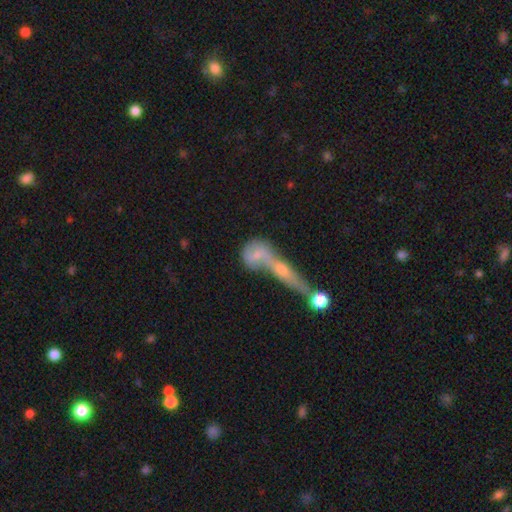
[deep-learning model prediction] smooth-or-featured: smooth: 56% | featured or disk: 34% | star or artifact: 9%
  how-rounded: round: 46% | in between: 31% | cigar-shaped: 22%
  merging: merger: 52% | none: 30% | minor disturbance: 11% | major disturbance: 7%